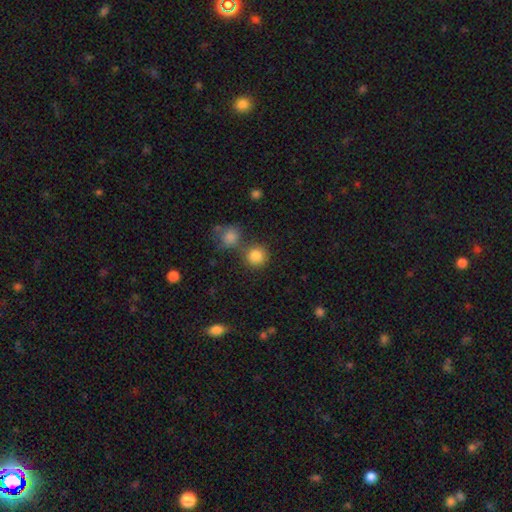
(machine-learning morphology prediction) A smooth galaxy with no disk features (84%) that is round (91%).

Vote fractions:
- Smooth or featured? smooth: 84% / star or artifact: 11% / featured or disk: 5%
- How rounded? round: 91% / in between: 8% / cigar-shaped: 1%
- Merging? none: 67% / merger: 21% / minor disturbance: 8% / major disturbance: 4%